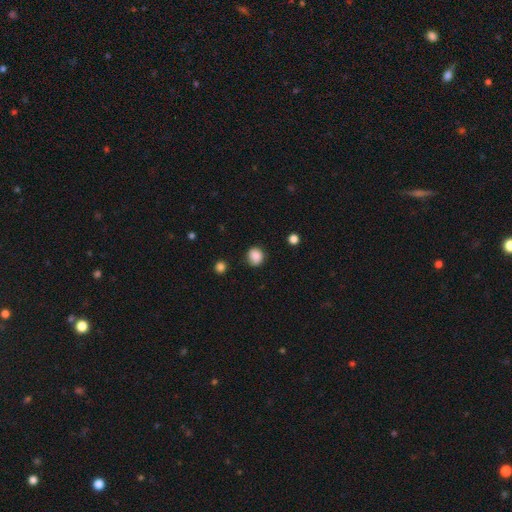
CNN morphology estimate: Q: Smooth or featured?
A: smooth (86%); runner-up: star or artifact (10%)
Q: How rounded?
A: round (81%); runner-up: in between (18%)
Q: Merging?
A: none (81%); runner-up: minor disturbance (14%)